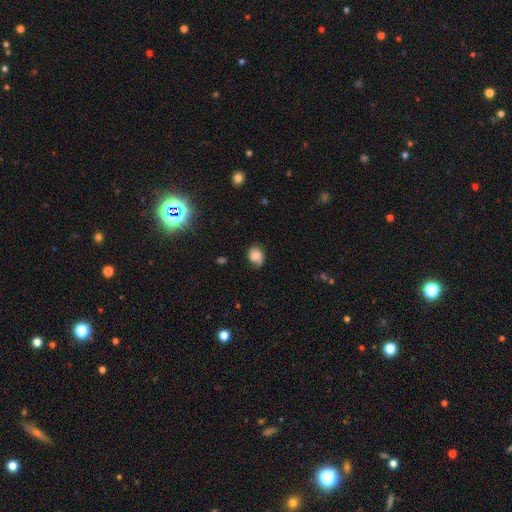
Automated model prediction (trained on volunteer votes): Q: Smooth or featured?
A: smooth (67%); runner-up: featured or disk (22%)
Q: How rounded?
A: round (52%); runner-up: in between (47%)
Q: Merging?
A: none (54%); runner-up: minor disturbance (32%)